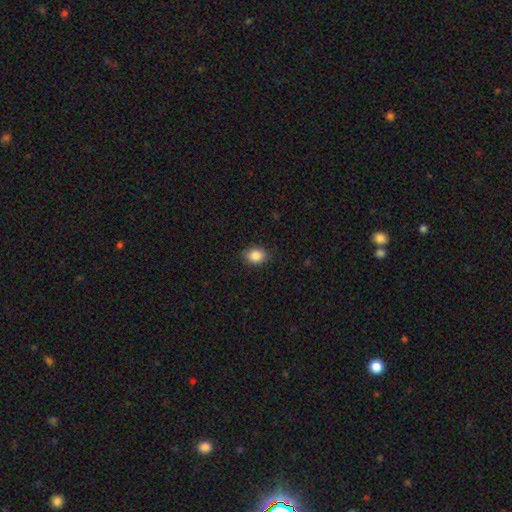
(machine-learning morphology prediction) A smooth galaxy with no disk features (87%) that is in between round and cigar-shaped (52%). Merging: none (85%).